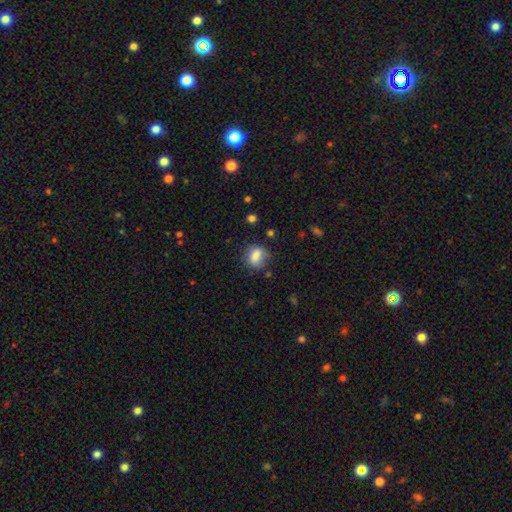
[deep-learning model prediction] A smooth galaxy with no disk features (81%) that is in between round and cigar-shaped (52%). Merging: none (70%).